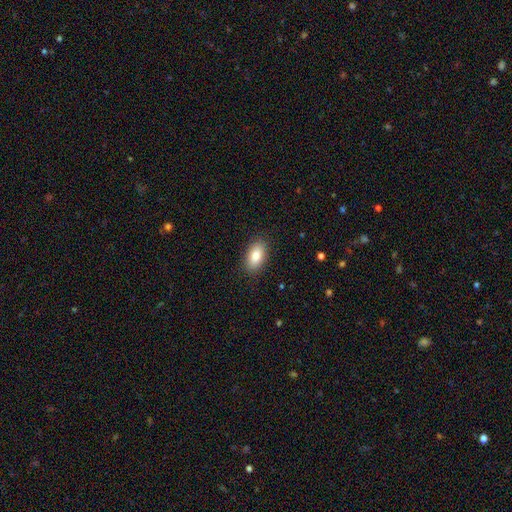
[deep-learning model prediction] A smooth galaxy with no disk features (84%) that is in between round and cigar-shaped (92%). Merging: none (88%).